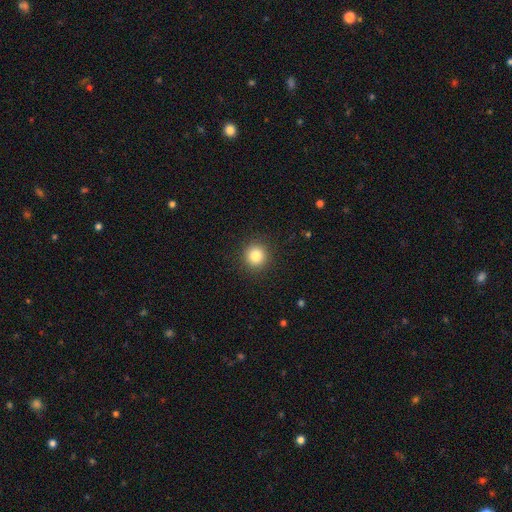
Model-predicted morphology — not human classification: type=smooth (83%); roundness=round (94%); merging=none (91%).